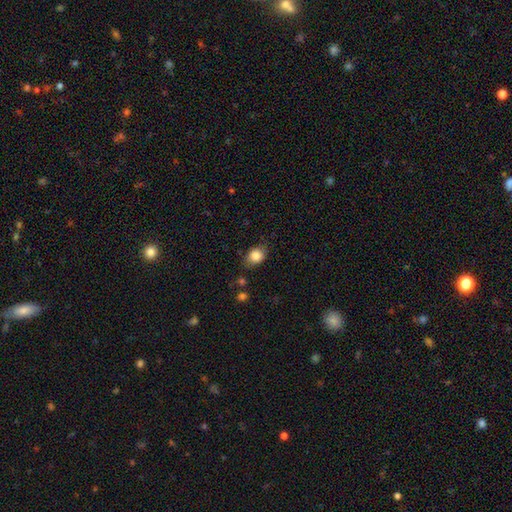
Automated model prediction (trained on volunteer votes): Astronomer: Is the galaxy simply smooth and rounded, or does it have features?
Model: smooth — 84%.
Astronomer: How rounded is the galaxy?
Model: in between — 65%.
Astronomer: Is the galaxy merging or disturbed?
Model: none — 76%.